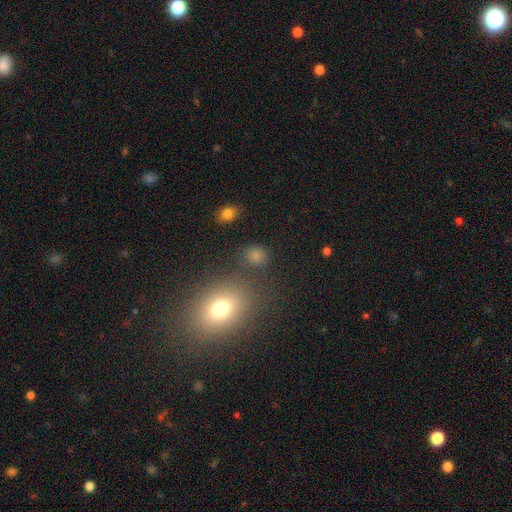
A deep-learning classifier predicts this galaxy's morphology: Smooth or featured? Predicted: smooth (p=0.76). How rounded? Predicted: round (p=0.76). Merging? Predicted: none (p=0.77).